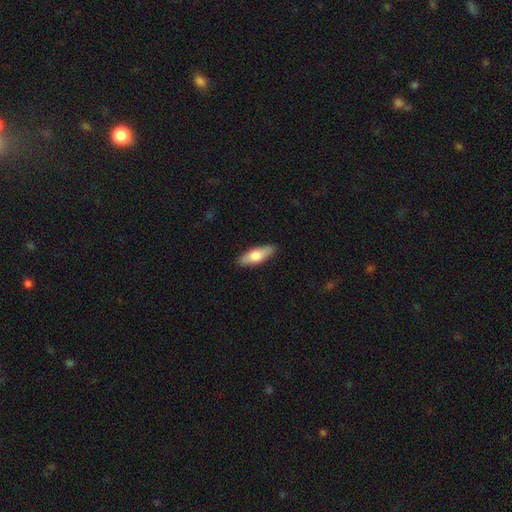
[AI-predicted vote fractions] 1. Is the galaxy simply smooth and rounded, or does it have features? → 73% smooth, 22% featured or disk, 5% star or artifact.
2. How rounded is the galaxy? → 61% in between, 37% cigar-shaped, 2% round.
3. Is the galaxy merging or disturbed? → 88% none, 9% minor disturbance, 2% major disturbance, 1% merger.